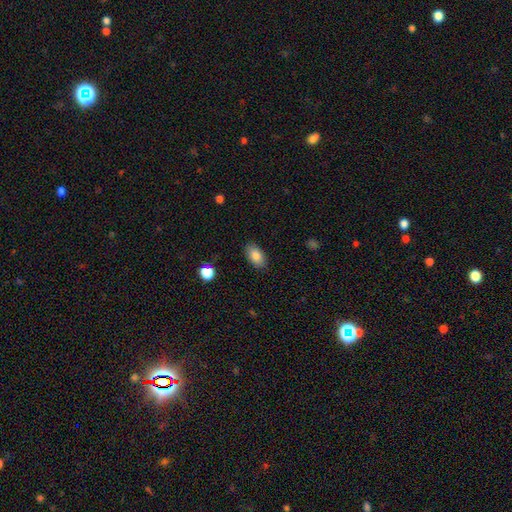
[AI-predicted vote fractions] smooth_or_featured: smooth (p=0.84) [alt: featured or disk p=0.08]
how_rounded: in between (p=0.93) [alt: round p=0.05]
merging: none (p=0.87) [alt: minor disturbance p=0.09]